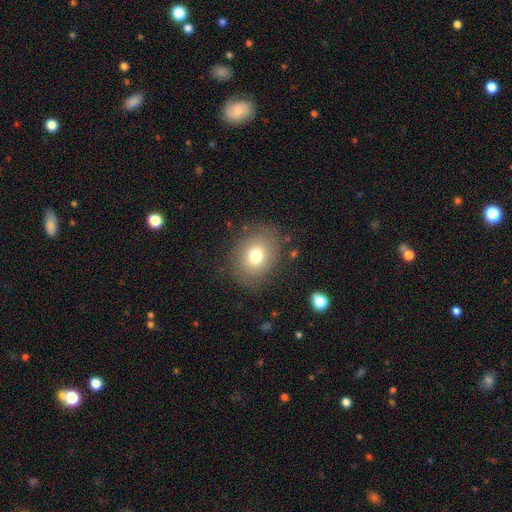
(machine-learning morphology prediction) This appears to be a smooth galaxy with no disk features (75%) that is in between round and cigar-shaped (53%). Merging: none (81%).